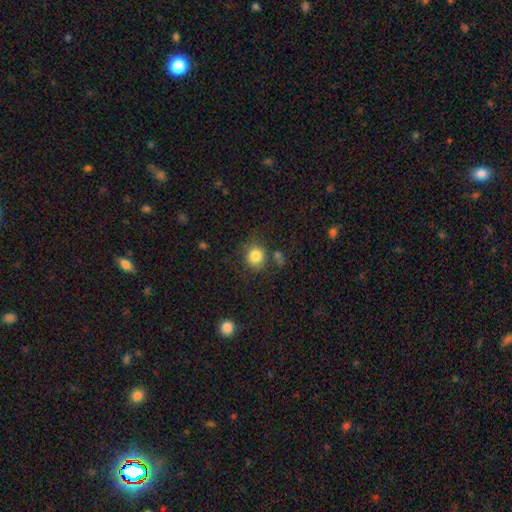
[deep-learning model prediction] Smooth or featured? Predicted: smooth (p=0.83). How rounded? Predicted: round (p=0.84). Merging? Predicted: none (p=0.70).